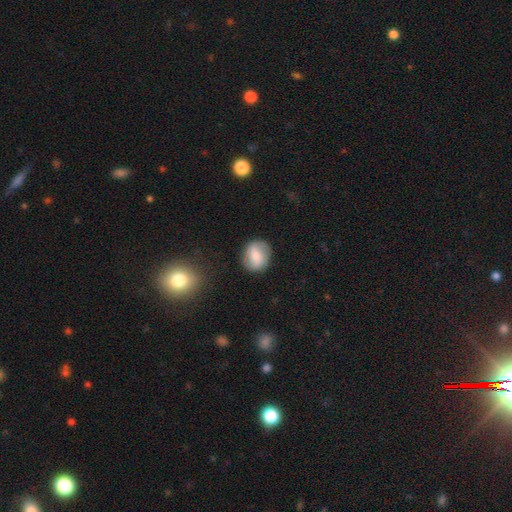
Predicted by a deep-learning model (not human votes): The model was most divided on "smooth or featured": smooth: 56%, featured or disk: 36%, star or artifact: 8%. More confident: merging — none (83%); how rounded — round (68%).